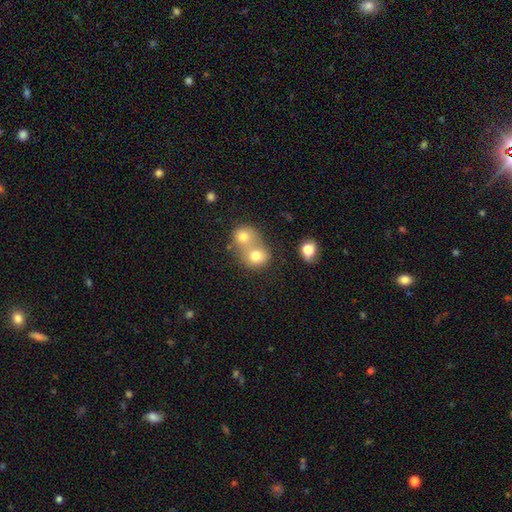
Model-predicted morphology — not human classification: A smooth galaxy with no disk features (75%) that is round (75%).

Vote fractions:
- Smooth or featured? smooth: 75% / featured or disk: 14% / star or artifact: 12%
- How rounded? round: 75% / in between: 25% / cigar-shaped: 1%
- Merging? merger: 65% / none: 27% / minor disturbance: 6% / major disturbance: 3%